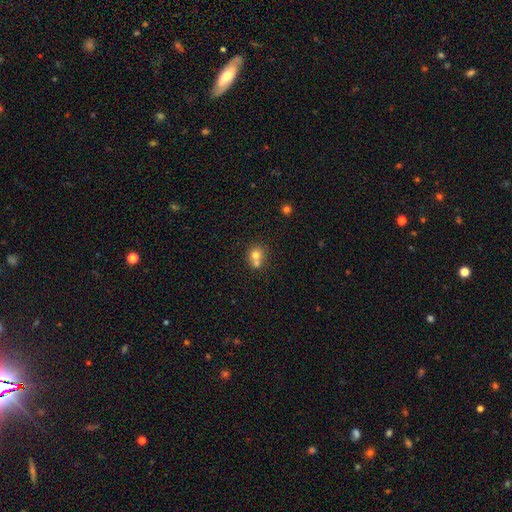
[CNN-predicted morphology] smooth_or_featured: smooth (p=0.71) [alt: featured or disk p=0.16]
how_rounded: round (p=0.79) [alt: in between p=0.20]
merging: merger (p=0.55) [alt: none p=0.36]